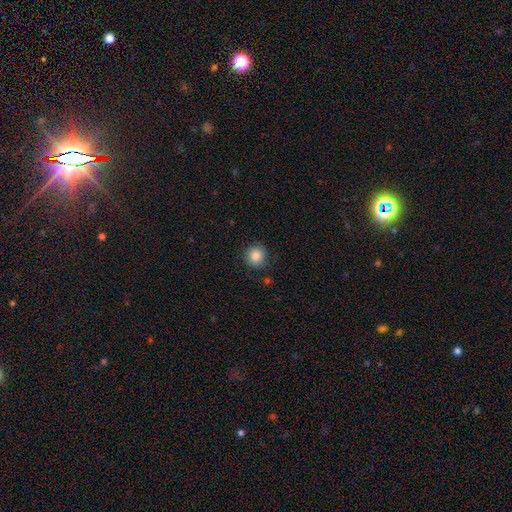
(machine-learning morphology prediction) A smooth galaxy with no disk features (86%) that is round (91%). Merging: none (84%).